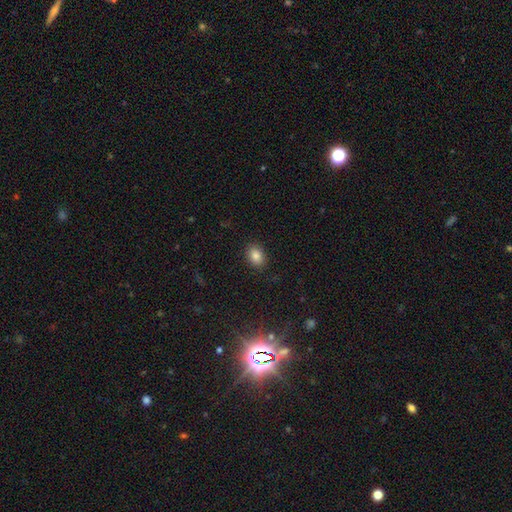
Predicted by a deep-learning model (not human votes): This appears to be a smooth galaxy with no disk features (84%) that is in between round and cigar-shaped (66%). Merging: none (88%).